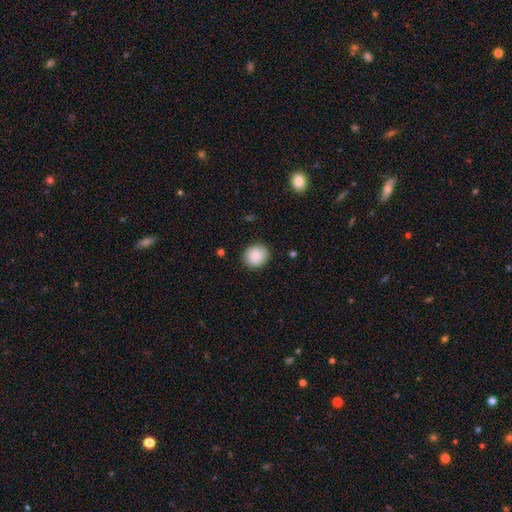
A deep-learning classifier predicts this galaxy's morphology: Q: Smooth or featured?
A: smooth (88%); runner-up: star or artifact (7%)
Q: How rounded?
A: round (80%); runner-up: in between (19%)
Q: Merging?
A: none (89%); runner-up: minor disturbance (8%)